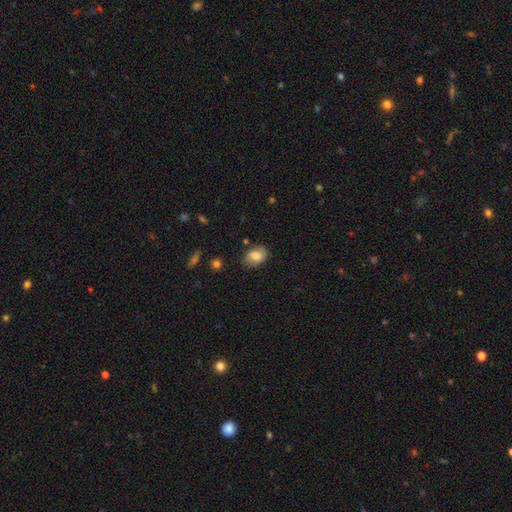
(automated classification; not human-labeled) Overall: smooth (79%). How rounded: in between (79%). Merging: none (76%).